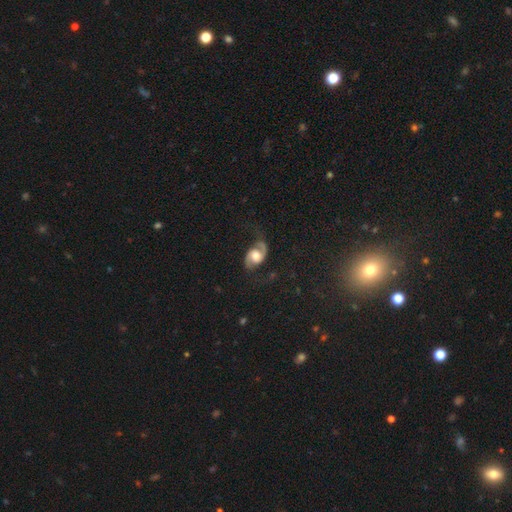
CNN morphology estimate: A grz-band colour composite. It shows a featured or disk galaxy (82%) with no bar (62%), 2 (92%) medium (43%, tied with loose) spiral arms (94%) and a moderate central bulge (54%). Merging: none (69%).